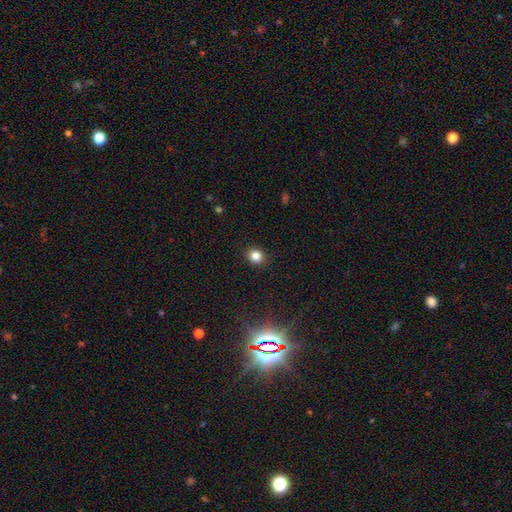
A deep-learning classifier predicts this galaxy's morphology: A smooth galaxy with no disk features (82%) that is round (76%). Merging: none (90%).